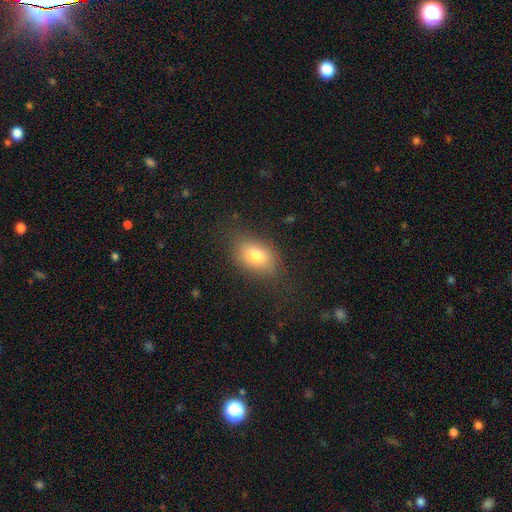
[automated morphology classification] This appears to be a smooth galaxy with no disk features (78%) that is in between round and cigar-shaped (82%). Merging: none (72%).